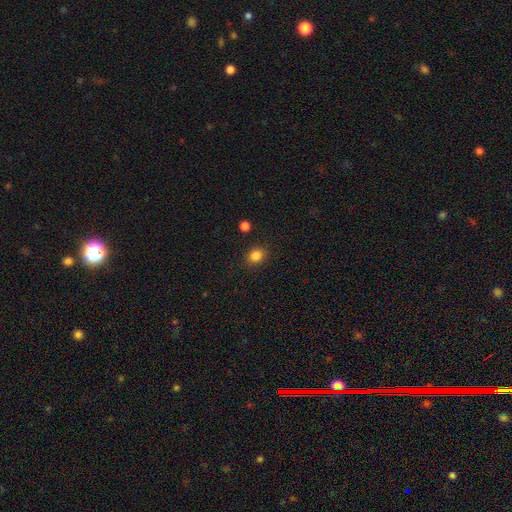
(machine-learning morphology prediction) A smooth galaxy with no disk features (84%) that is round (65%). Merging: none (88%).